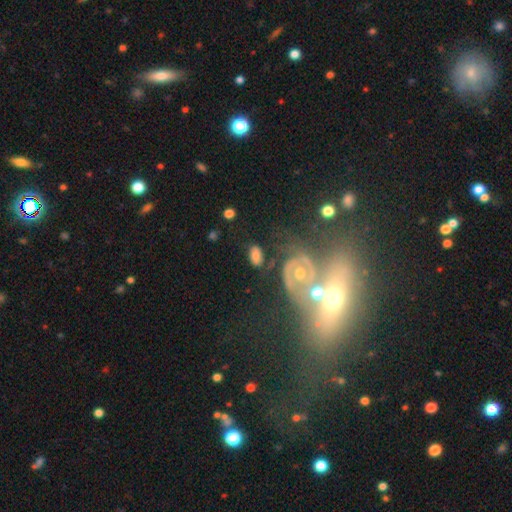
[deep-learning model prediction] This appears to be a smooth galaxy with no disk features (59%) that is in between round and cigar-shaped (87%). Merging: none (63%).